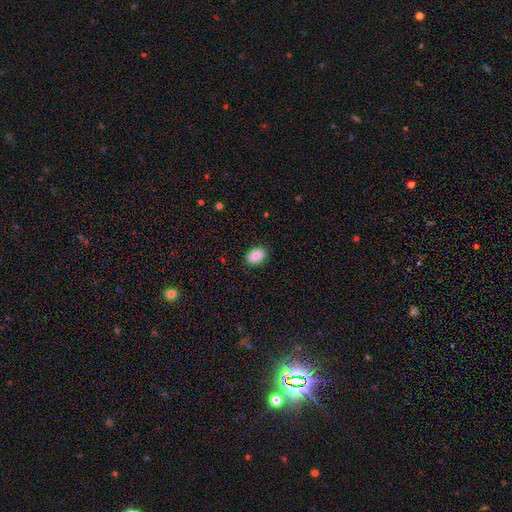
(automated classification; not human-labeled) This appears to be a smooth galaxy with no disk features (84%) that is in between round and cigar-shaped (77%). Merging: none (87%).